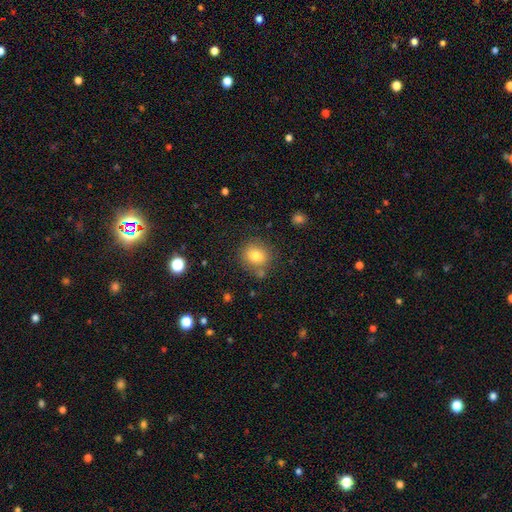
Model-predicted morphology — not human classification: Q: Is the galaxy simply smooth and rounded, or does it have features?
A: smooth — 77%.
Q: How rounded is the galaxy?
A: round — 80%.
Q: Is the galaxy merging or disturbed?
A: none — 77%.